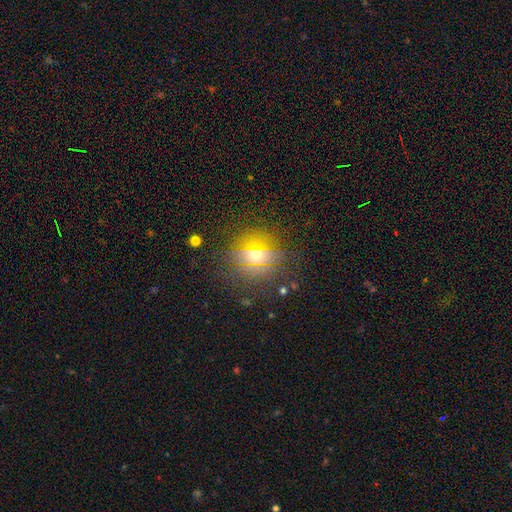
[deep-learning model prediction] Q: Smooth or featured?
A: smooth (53%); runner-up: star or artifact (28%)
Q: How rounded?
A: round (76%); runner-up: in between (22%)
Q: Merging?
A: none (84%); runner-up: minor disturbance (10%)